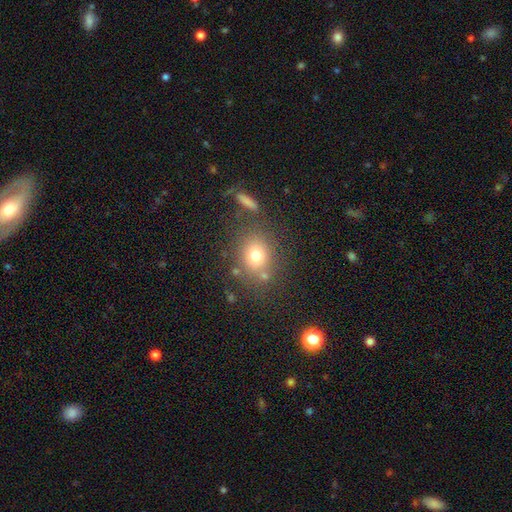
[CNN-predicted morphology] Smooth or featured? Predicted: smooth (p=0.74). How rounded? Predicted: round (p=0.61). Merging? Predicted: none (p=0.71).